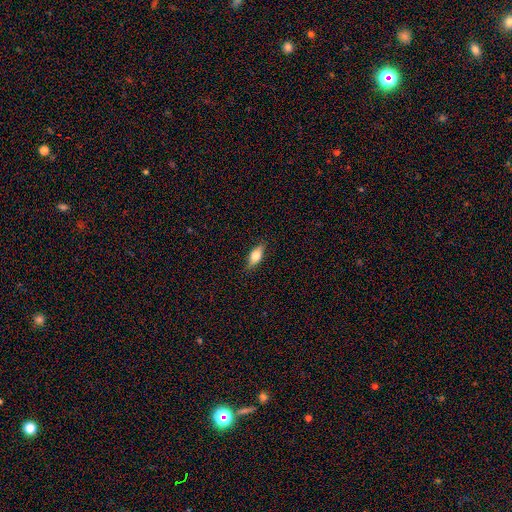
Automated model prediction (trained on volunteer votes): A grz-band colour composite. It shows a smooth galaxy with no disk features (70%) that is in between round and cigar-shaped (78%). Merging: none (84%).